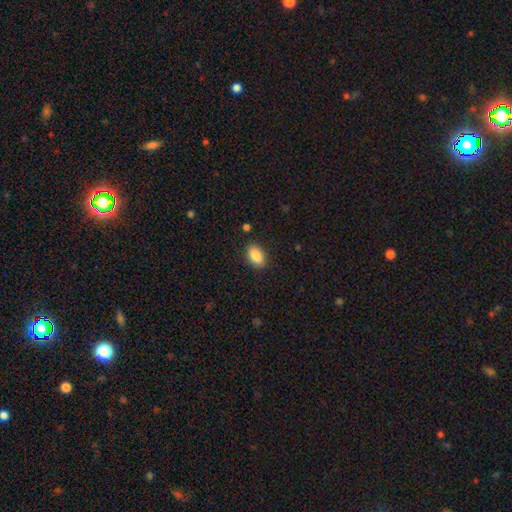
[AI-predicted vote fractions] A smooth galaxy with no disk features (88%) that is in between round and cigar-shaped (91%). Merging: none (88%).